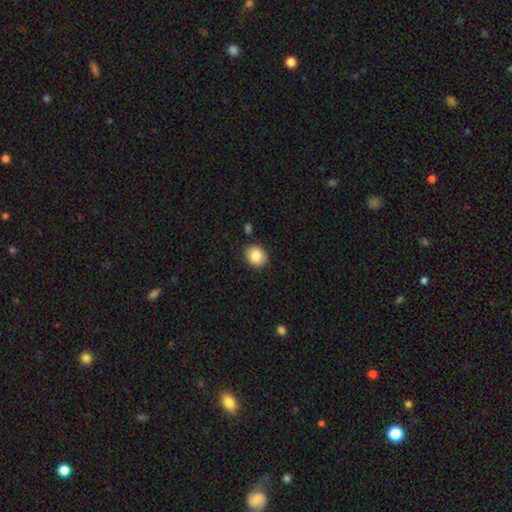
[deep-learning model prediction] smooth-or-featured: smooth: 87% | star or artifact: 8% | featured or disk: 6%
  how-rounded: round: 57% | in between: 43% | cigar-shaped: 1%
  merging: none: 85% | minor disturbance: 10% | merger: 3% | major disturbance: 2%